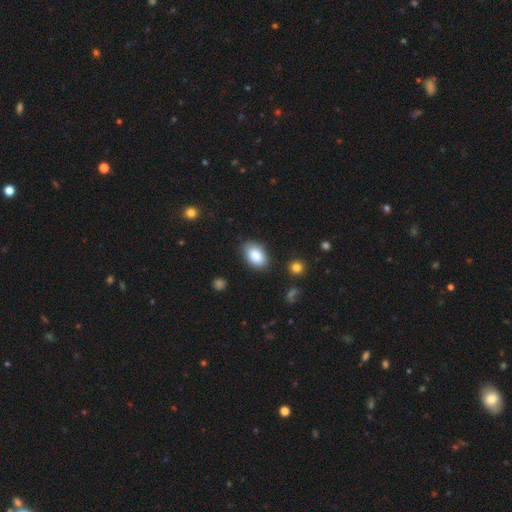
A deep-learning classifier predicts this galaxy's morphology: Overall: smooth (86%). How rounded: in between (90%). Merging: none (84%).